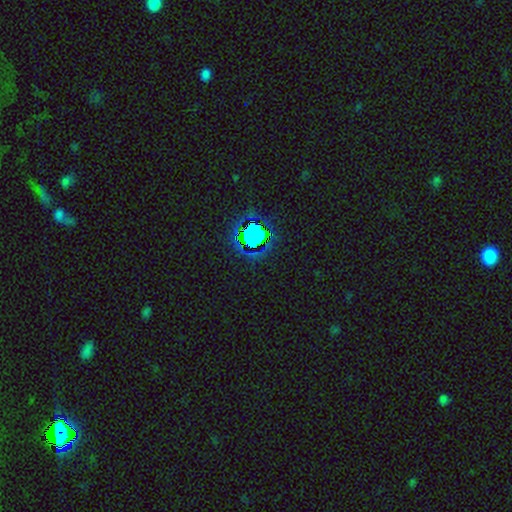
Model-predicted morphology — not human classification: The model was most divided on "smooth or featured": star or artifact: 79%, smooth: 12%, featured or disk: 8%.